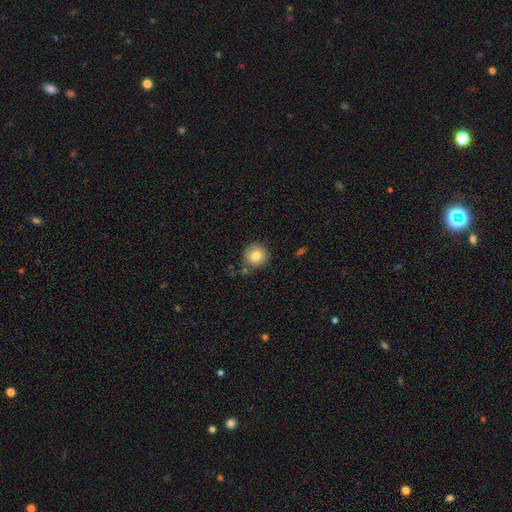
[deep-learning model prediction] This appears to be a smooth galaxy with no disk features (80%) that is round (93%). Merging: none (82%).